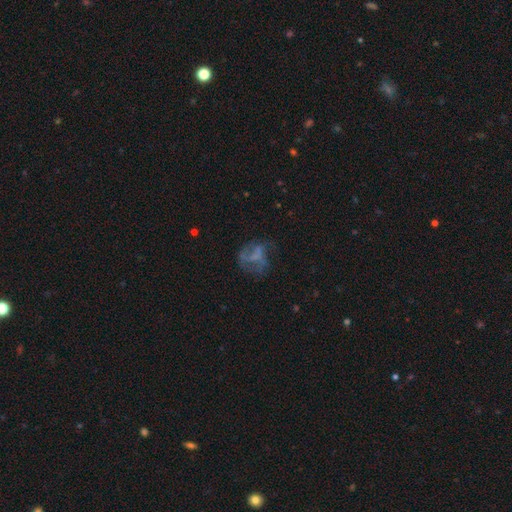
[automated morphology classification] featured or disk 49%, smooth 35%, star or artifact 16%. Down the decision tree: merging — none (42%).